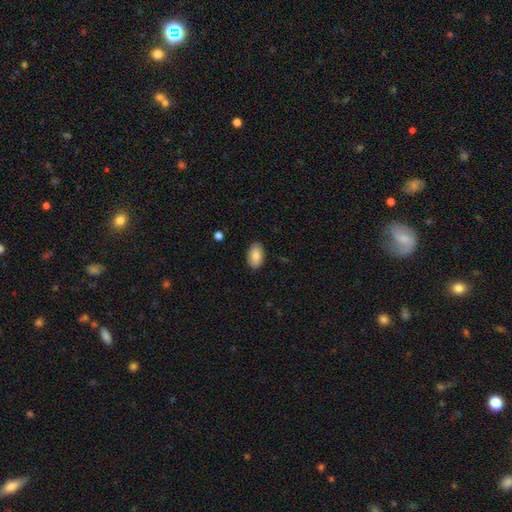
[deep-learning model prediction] Q: Smooth or featured?
A: smooth (85%); runner-up: featured or disk (9%)
Q: How rounded?
A: in between (93%); runner-up: round (6%)
Q: Merging?
A: none (88%); runner-up: minor disturbance (9%)